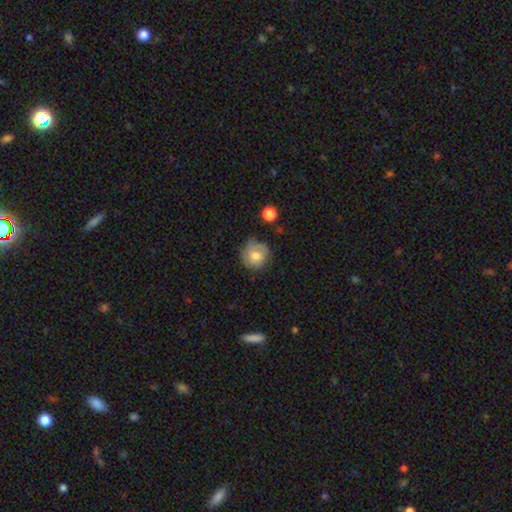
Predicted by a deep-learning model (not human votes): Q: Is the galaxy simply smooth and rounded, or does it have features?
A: smooth — 59%.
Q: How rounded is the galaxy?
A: round — 85%.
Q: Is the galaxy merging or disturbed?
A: none — 61%.